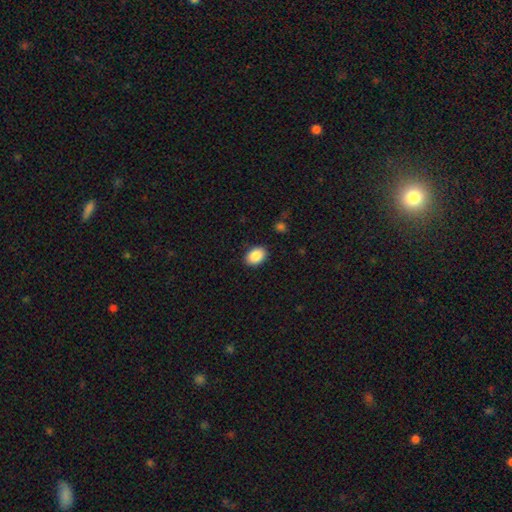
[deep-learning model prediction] A smooth galaxy with no disk features (89%) that is in between round and cigar-shaped (73%). Merging: none (88%).